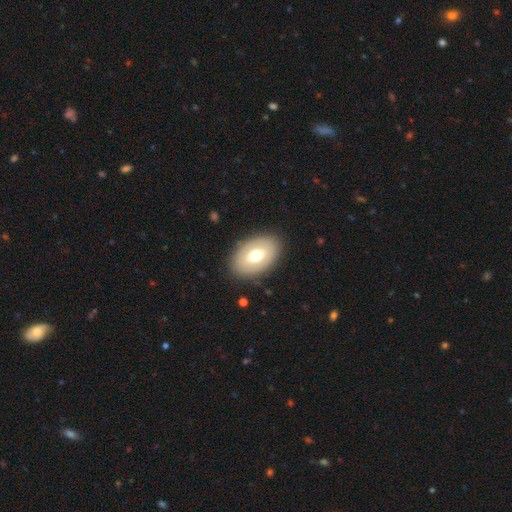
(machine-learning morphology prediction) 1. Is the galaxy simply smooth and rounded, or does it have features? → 63% smooth, 29% featured or disk, 7% star or artifact.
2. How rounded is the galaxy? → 87% in between, 11% round, 1% cigar-shaped.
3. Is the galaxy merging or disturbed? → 86% none, 10% minor disturbance, 3% major disturbance, 1% merger.